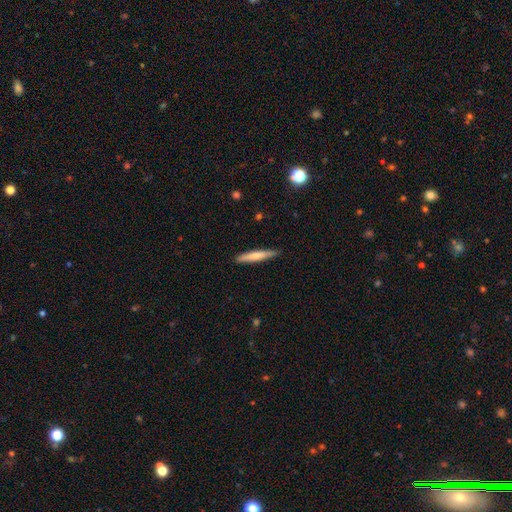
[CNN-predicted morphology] Smooth or featured? Predicted: smooth (p=0.64). How rounded? Predicted: cigar-shaped (p=0.92). Merging? Predicted: none (p=0.87).